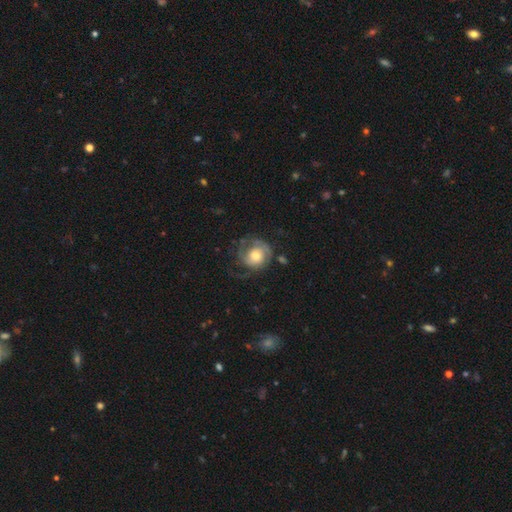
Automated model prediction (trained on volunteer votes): smooth-or-featured: featured or disk: 56% | smooth: 38% | star or artifact: 7%
  disk-edge-on: no: 98% | yes: 2%
    bar: no: 79% | weak: 18% | strong: 3%
    has-spiral-arms: yes: 77% | no: 23%
    bulge-size: moderate: 59% | large: 26% | small: 11% | dominant: 2% | none: 2%
  merging: none: 50% | major disturbance: 24% | minor disturbance: 23% | merger: 3%